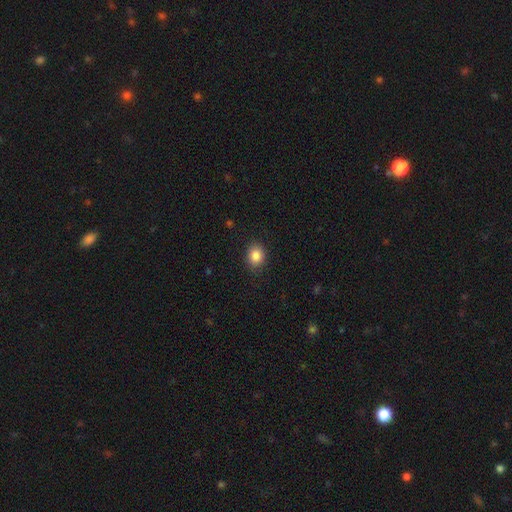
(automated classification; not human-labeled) This appears to be a smooth galaxy with no disk features (86%) that is round (59%). Merging: none (87%).